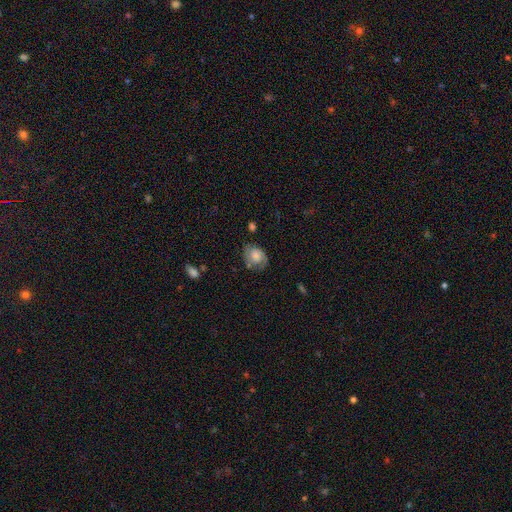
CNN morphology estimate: Smooth or featured? Predicted: smooth (p=0.49). Merging? Predicted: none (p=0.62).